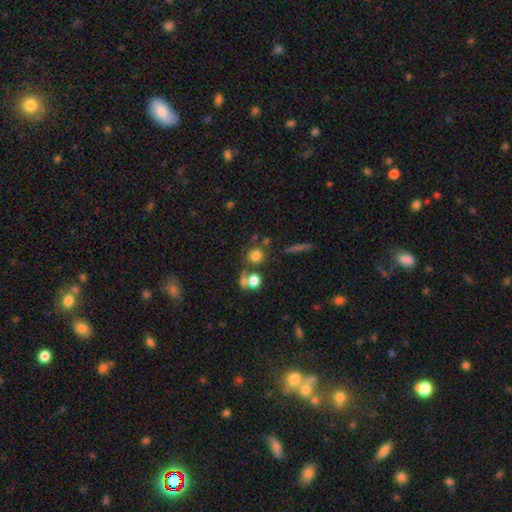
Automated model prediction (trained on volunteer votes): This appears to be a smooth galaxy with no disk features (77%) that is round (84%). Merging: none (64%).